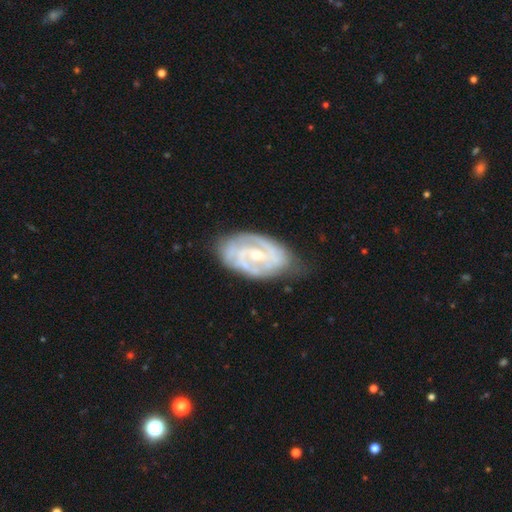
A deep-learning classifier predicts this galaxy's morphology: A featured or disk galaxy (87%) with a weak bar (44%), 2 (66%) tight (58%) spiral arms (96%) and a small central bulge (55%). Merging: none (69%).